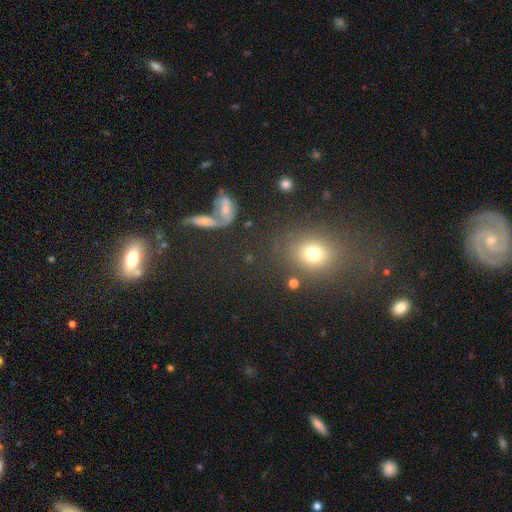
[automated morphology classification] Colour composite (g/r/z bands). It shows a smooth galaxy with no disk features (54%) that is in between round and cigar-shaped (50%). Merging: none (71%).